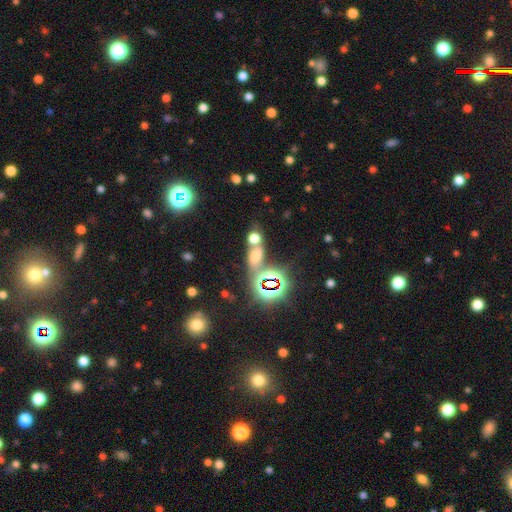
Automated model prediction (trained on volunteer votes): Morphology: type=star or artifact (47%).